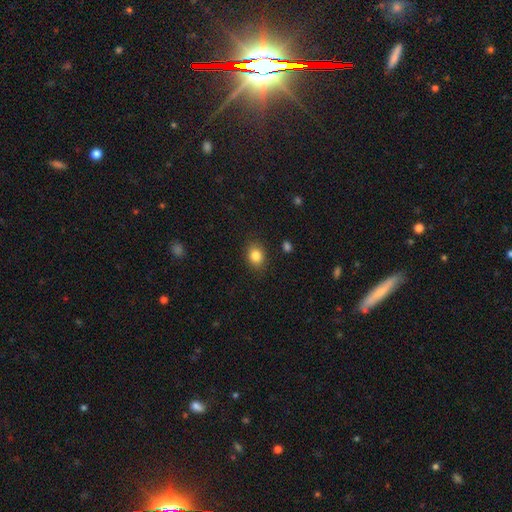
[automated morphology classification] type=smooth (84%); roundness=in between (56%); merging=none (86%).